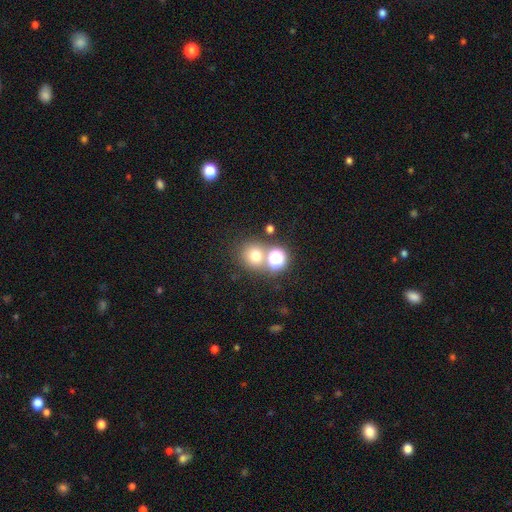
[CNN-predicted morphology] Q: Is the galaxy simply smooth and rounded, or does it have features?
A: smooth — 68%.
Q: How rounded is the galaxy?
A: round — 86%.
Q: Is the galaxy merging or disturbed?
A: none — 63%.